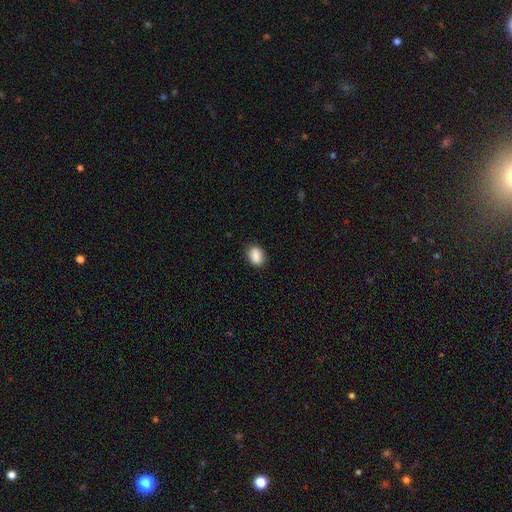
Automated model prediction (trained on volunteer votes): Smooth or featured?
  - smooth: 88% *
  - star or artifact: 8%
  - featured or disk: 4%
How rounded?
  - in between: 82% *
  - round: 16%
  - cigar-shaped: 2%
Merging?
  - none: 85% *
  - minor disturbance: 12%
  - major disturbance: 2%
  - merger: 1%